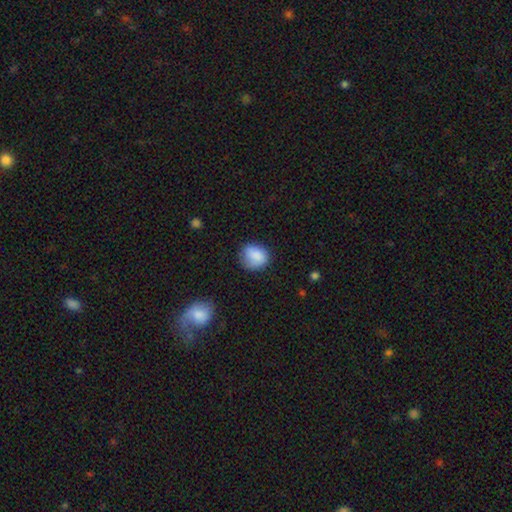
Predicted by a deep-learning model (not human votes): smooth_or_featured: smooth (p=0.85) [alt: star or artifact p=0.08]
how_rounded: round (p=0.67) [alt: in between p=0.32]
merging: none (p=0.67) [alt: minor disturbance p=0.25]